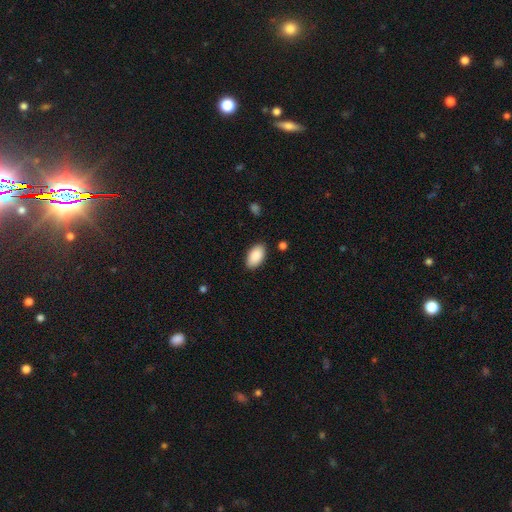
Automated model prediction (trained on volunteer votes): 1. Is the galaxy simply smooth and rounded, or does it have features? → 90% smooth, 6% star or artifact, 4% featured or disk.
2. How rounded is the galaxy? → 95% in between, 3% round, 2% cigar-shaped.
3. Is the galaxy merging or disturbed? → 87% none, 9% minor disturbance, 2% major disturbance, 1% merger.